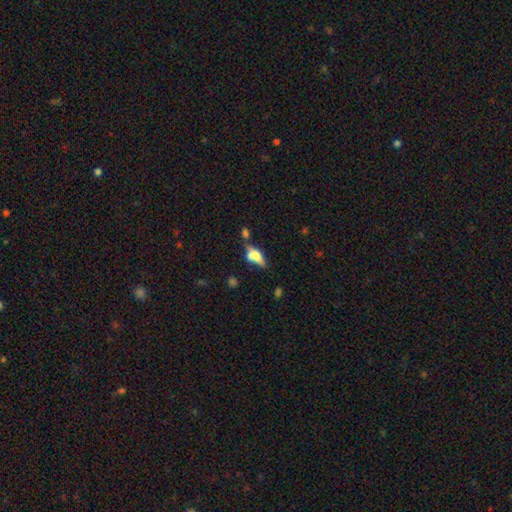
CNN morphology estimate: A smooth galaxy with no disk features (50%). Merging: none (48%).